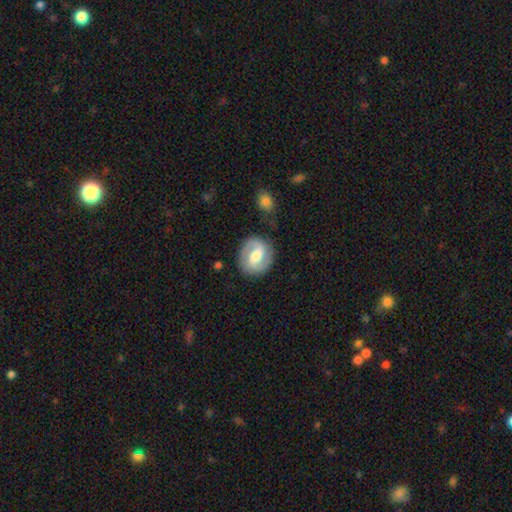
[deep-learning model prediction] This appears to be a featured or disk galaxy (72%) with a weak bar (47%), 2 (88%) medium (48%) spiral arms (88%) and a moderate central bulge (62%). Merging: none (80%).